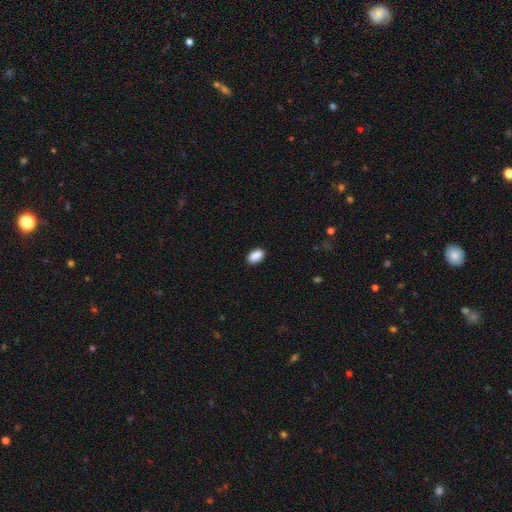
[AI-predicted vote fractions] Morphology: type=smooth (90%); roundness=in between (92%); merging=none (88%).